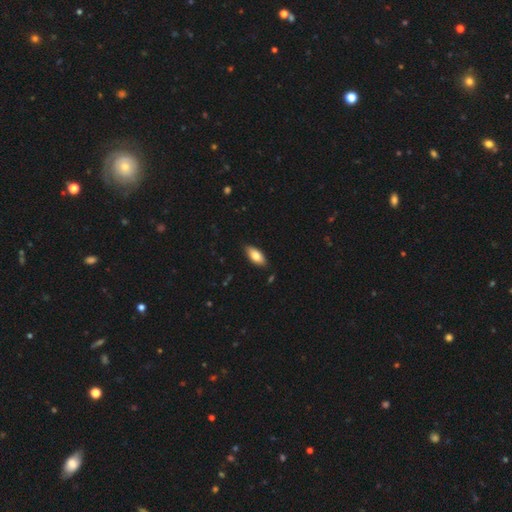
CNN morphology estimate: Smooth or featured: smooth — 79% (featured or disk — 15%)
How rounded: in between — 89% (cigar-shaped — 9%)
Merging: none — 85% (minor disturbance — 12%)